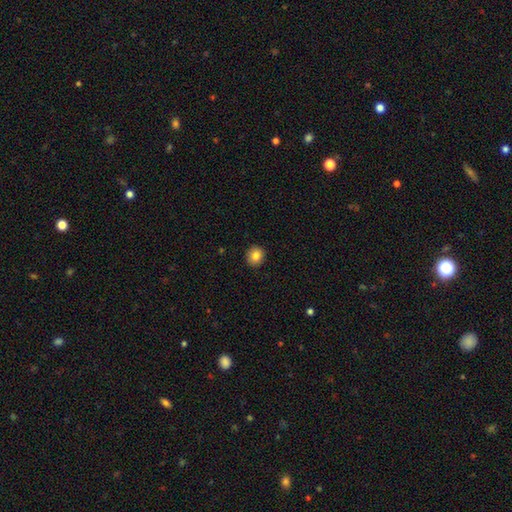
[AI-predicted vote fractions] Smooth or featured? smooth (83%)
How rounded? round (87%)
Merging? none (92%)